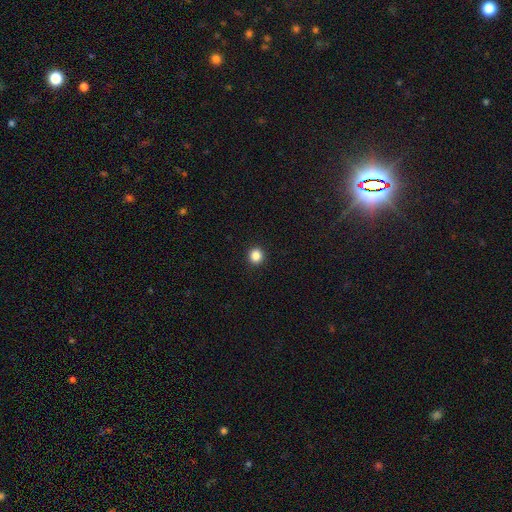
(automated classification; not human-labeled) Smooth or featured? Predicted: smooth (p=0.87). How rounded? Predicted: round (p=0.93). Merging? Predicted: none (p=0.93).